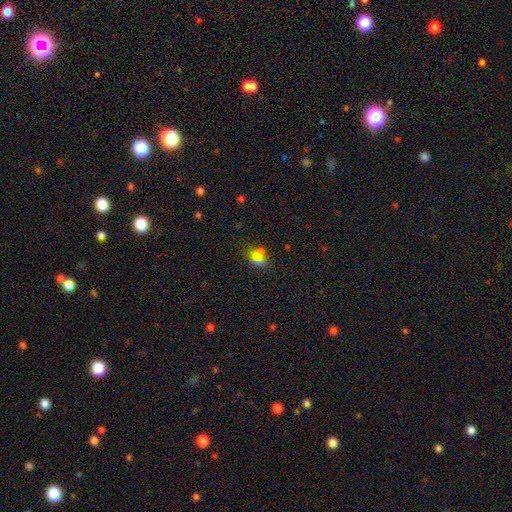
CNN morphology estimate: Smooth or featured? smooth (53%)
How rounded? round (61%)
Merging? none (64%)